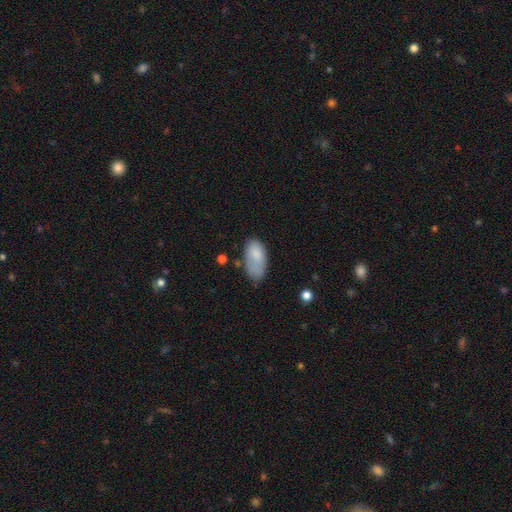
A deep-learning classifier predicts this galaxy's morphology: Q: Smooth or featured?
A: smooth (80%); runner-up: featured or disk (13%)
Q: How rounded?
A: in between (93%); runner-up: cigar-shaped (4%)
Q: Merging?
A: none (49%); runner-up: minor disturbance (34%)